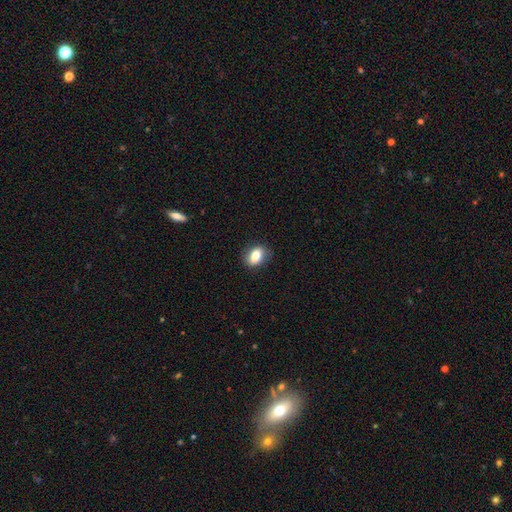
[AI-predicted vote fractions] Smooth or featured?
  - smooth: 77% *
  - featured or disk: 15%
  - star or artifact: 8%
How rounded?
  - in between: 75% *
  - round: 23%
  - cigar-shaped: 2%
Merging?
  - none: 85% *
  - minor disturbance: 11%
  - major disturbance: 3%
  - merger: 1%